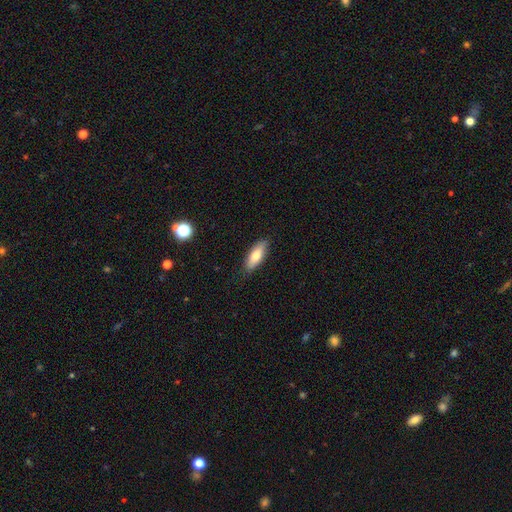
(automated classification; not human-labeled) Morphology: type=smooth (75%); roundness=in between (66%); merging=none (85%).